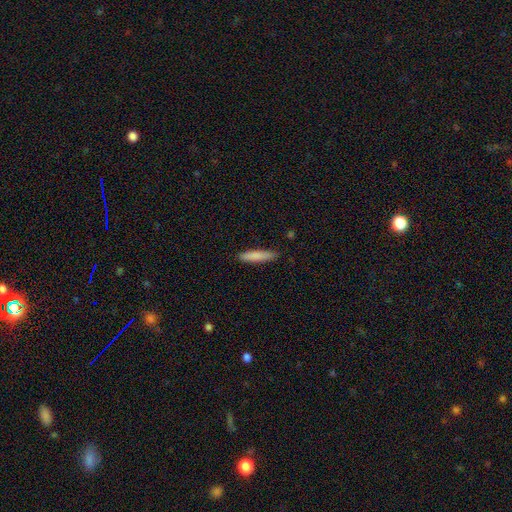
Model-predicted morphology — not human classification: This appears to be a smooth galaxy with no disk features (83%) that is cigar-shaped (87%). Merging: none (84%).